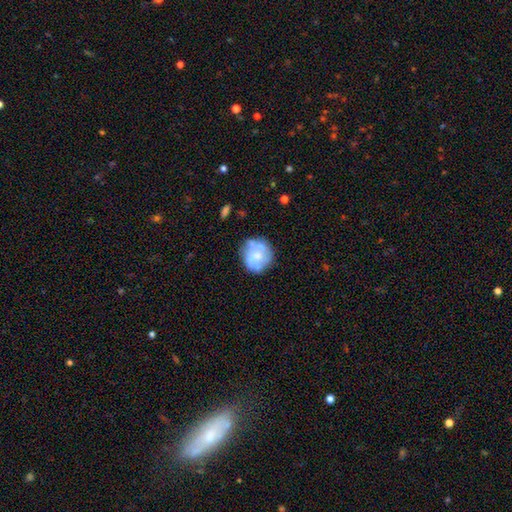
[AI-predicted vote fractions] smooth_or_featured: featured or disk (p=0.54) [alt: smooth p=0.38]
disk_edge_on: no (p=0.98) [alt: yes p=0.02]
bar: no (p=0.87) [alt: weak p=0.10]
has_spiral_arms: no (p=0.85) [alt: yes p=0.15]
bulge_size: moderate (p=0.37) [alt: small p=0.30]
merging: none (p=0.57) [alt: minor disturbance p=0.21]